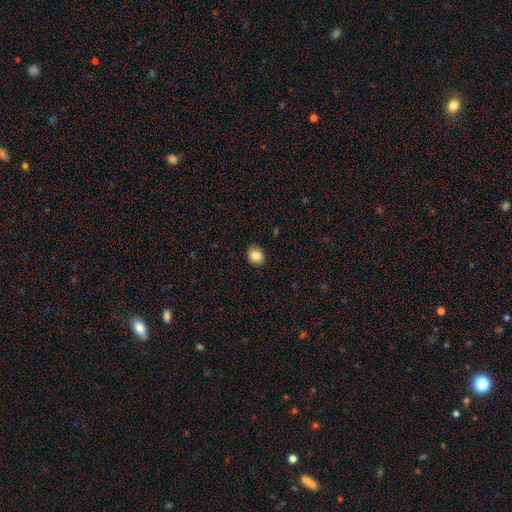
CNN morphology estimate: This appears to be a smooth galaxy with no disk features (86%) that is round (62%). Merging: none (89%).